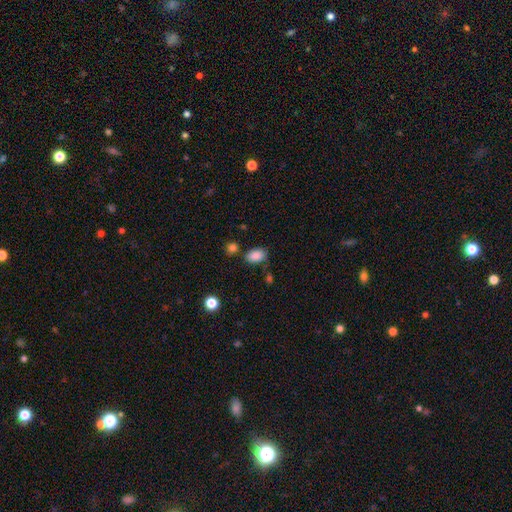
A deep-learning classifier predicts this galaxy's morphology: smooth-or-featured: smooth: 87% | star or artifact: 9% | featured or disk: 4%
  how-rounded: in between: 85% | round: 14% | cigar-shaped: 1%
  merging: none: 72% | minor disturbance: 17% | merger: 7% | major disturbance: 4%